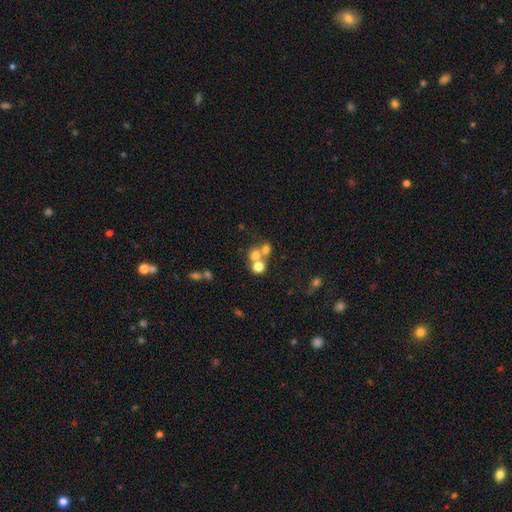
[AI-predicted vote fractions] This is likely a smooth galaxy (65%). How rounded: clearly round (82%). Merging: possibly merger (52%).